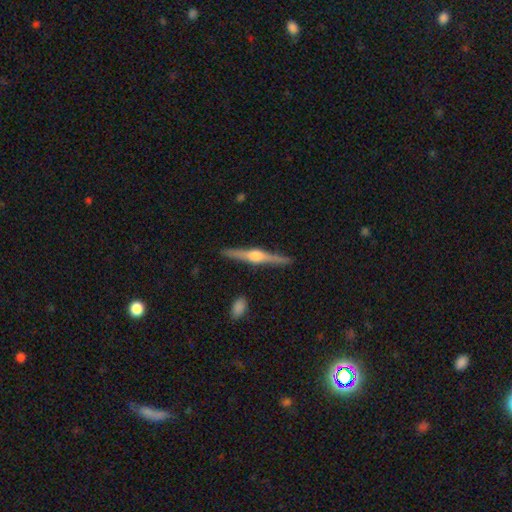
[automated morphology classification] featured or disk 81%, smooth 14%, star or artifact 5%. Down the decision tree: edge-on disk — yes (98%); edge-on bulge — rounded (93%); merging — none (91%).